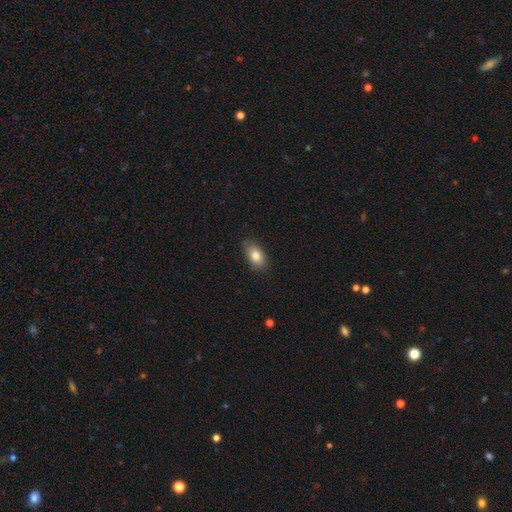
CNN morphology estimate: smooth-or-featured: smooth: 82% | featured or disk: 10% | star or artifact: 8%
  how-rounded: in between: 89% | round: 9% | cigar-shaped: 3%
  merging: none: 83% | minor disturbance: 14% | major disturbance: 3% | merger: 1%